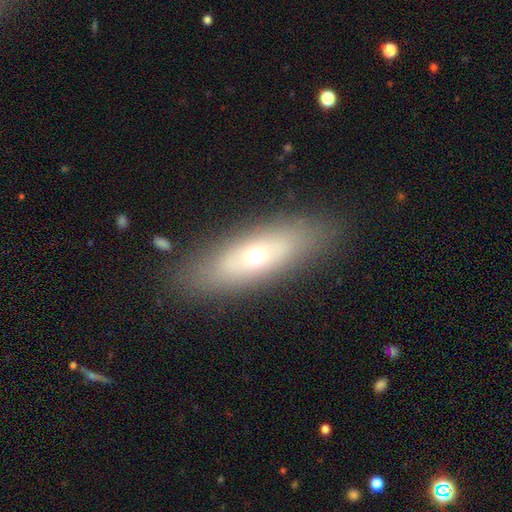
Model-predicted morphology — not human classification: This is possibly a smooth galaxy (53%). How rounded: possibly in between (53%). Merging: clearly none (85%).